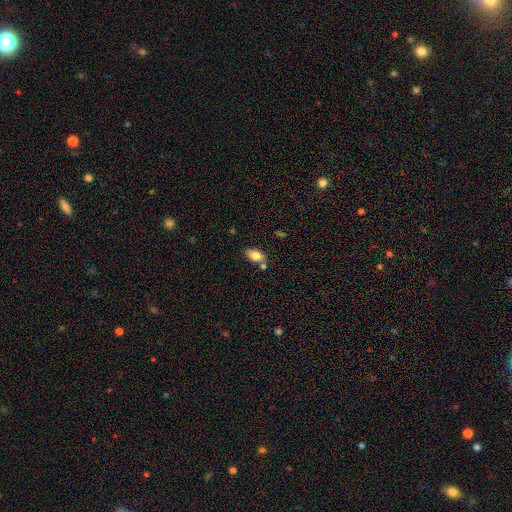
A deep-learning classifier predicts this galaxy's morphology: type=smooth (79%); roundness=in between (91%); merging=none (72%).